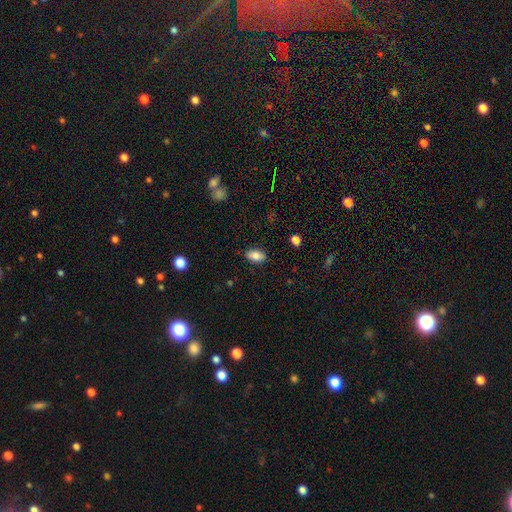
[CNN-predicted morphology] A smooth galaxy with no disk features (79%) that is in between round and cigar-shaped (90%). Merging: none (87%).